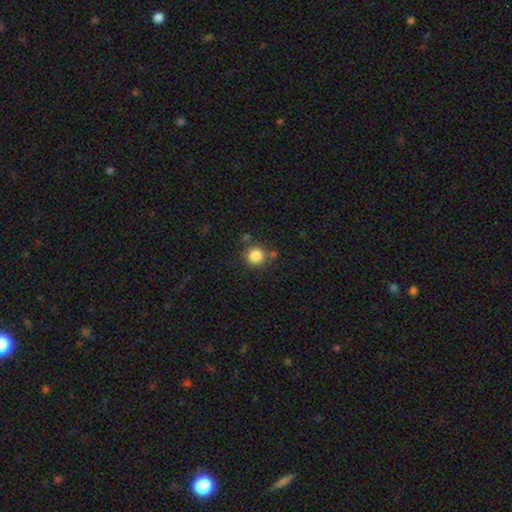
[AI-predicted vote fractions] Smooth or featured? Predicted: smooth (p=0.85). How rounded? Predicted: round (p=0.93). Merging? Predicted: none (p=0.79).